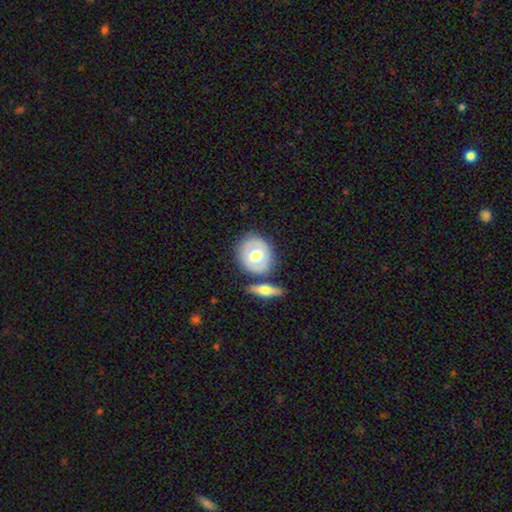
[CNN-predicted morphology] smooth 53%, featured or disk 41%, star or artifact 5%. Down the decision tree: how rounded — round (63%); merging — none (69%).